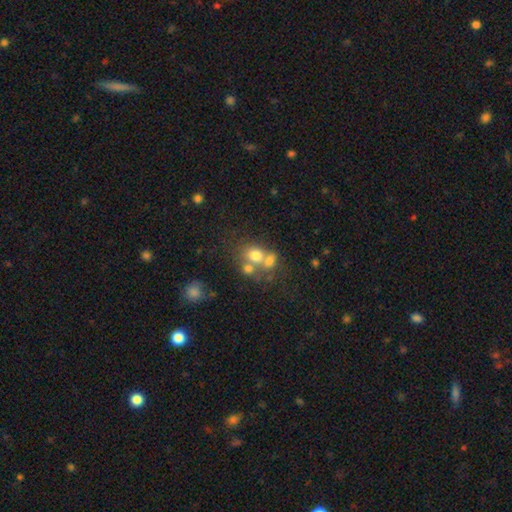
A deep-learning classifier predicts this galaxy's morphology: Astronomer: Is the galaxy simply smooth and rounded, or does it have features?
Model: smooth — 67%.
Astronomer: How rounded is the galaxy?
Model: round — 64%.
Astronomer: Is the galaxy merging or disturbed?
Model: merger — 50% (runner-up: none, 35%).